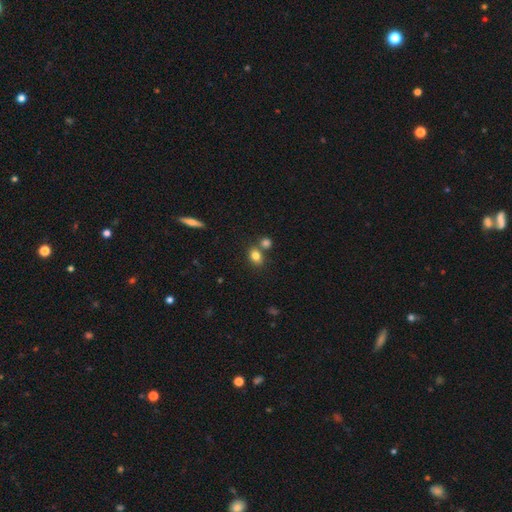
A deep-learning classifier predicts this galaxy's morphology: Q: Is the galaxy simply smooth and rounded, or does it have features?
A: smooth — 81%.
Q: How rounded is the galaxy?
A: in between — 59%.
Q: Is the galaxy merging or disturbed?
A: none — 61%.